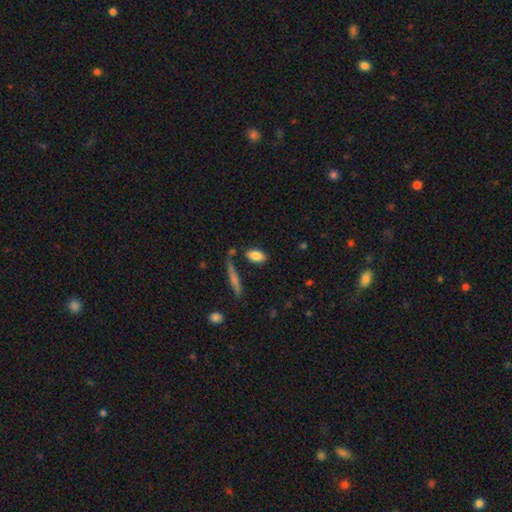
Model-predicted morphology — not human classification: Q: Smooth or featured?
A: smooth (84%); runner-up: featured or disk (9%)
Q: How rounded?
A: in between (86%); runner-up: cigar-shaped (9%)
Q: Merging?
A: none (76%); runner-up: minor disturbance (13%)